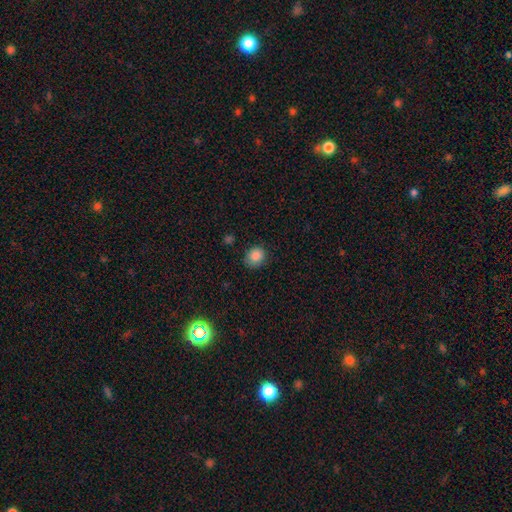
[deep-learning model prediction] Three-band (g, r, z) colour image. It shows a smooth galaxy with no disk features (86%) that is round (71%). Merging: none (77%).